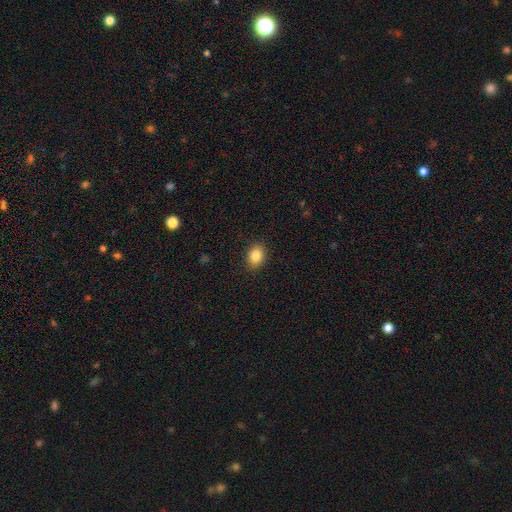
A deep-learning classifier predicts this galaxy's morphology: A smooth galaxy with no disk features (85%) that is in between round and cigar-shaped (65%). Merging: none (88%).